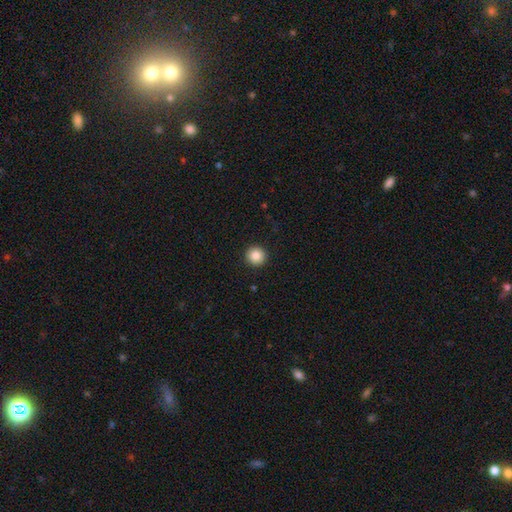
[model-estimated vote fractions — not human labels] Smooth or featured: smooth — 86% (star or artifact — 9%)
How rounded: round — 95% (in between — 4%)
Merging: none — 93% (minor disturbance — 4%)